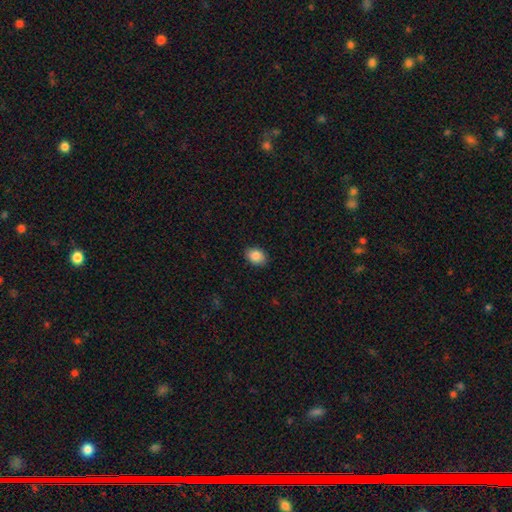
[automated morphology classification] This is clearly a smooth galaxy (87%). How rounded: likely in between (68%). Merging: clearly none (88%).